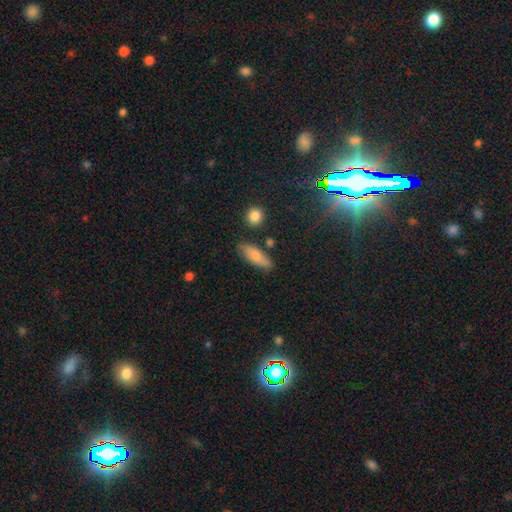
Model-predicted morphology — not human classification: Overall: smooth (78%). How rounded: in between (66%; cigar-shaped 31%). Merging: none (77%).